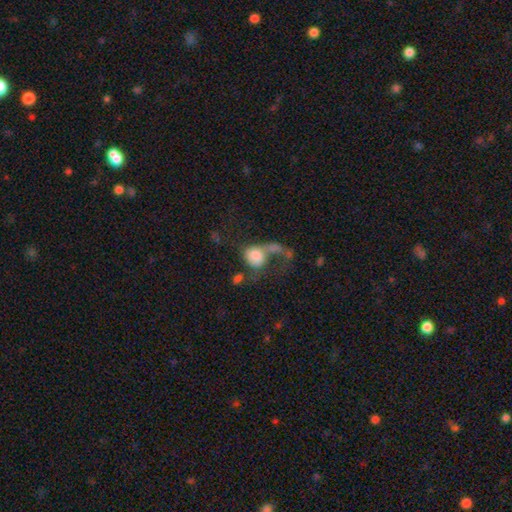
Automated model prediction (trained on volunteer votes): Smooth or featured?
  - smooth: 62% *
  - featured or disk: 29%
  - star or artifact: 9%
How rounded?
  - round: 51% *
  - in between: 47%
  - cigar-shaped: 2%
Merging?
  - major disturbance: 52% *
  - merger: 21%
  - none: 16%
  - minor disturbance: 11%